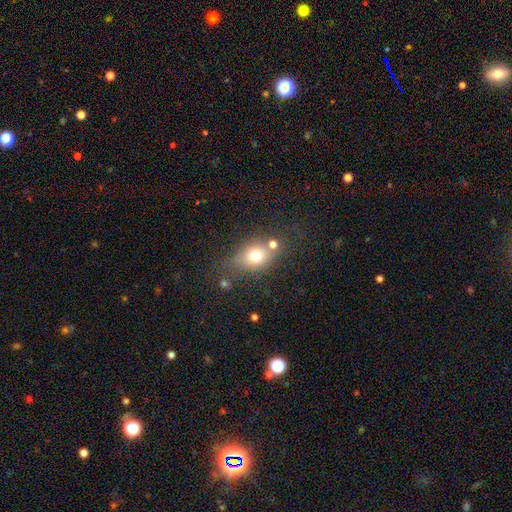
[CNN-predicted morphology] Q: Smooth or featured?
A: smooth (70%); runner-up: featured or disk (18%)
Q: How rounded?
A: in between (60%); runner-up: round (37%)
Q: Merging?
A: none (57%); runner-up: merger (19%)